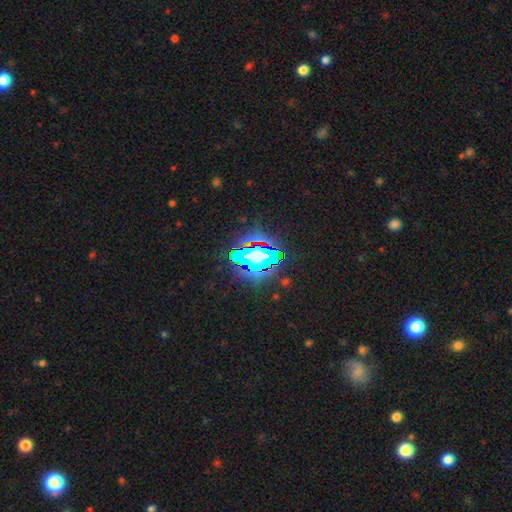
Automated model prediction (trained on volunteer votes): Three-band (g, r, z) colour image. It shows a star or artifact, not a galaxy (50%).